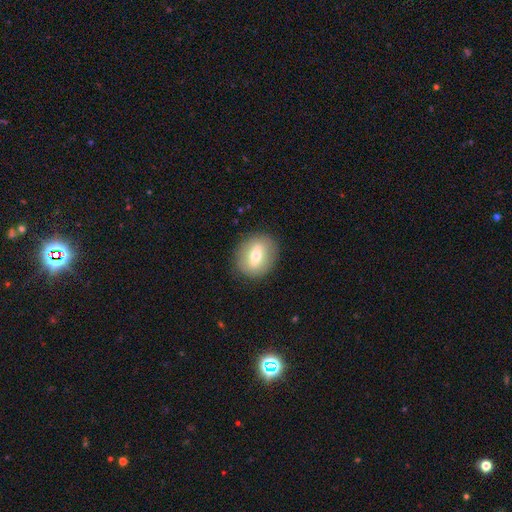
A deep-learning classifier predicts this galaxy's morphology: smooth 52%, featured or disk 40%, star or artifact 8%. Down the decision tree: how rounded — round (58%); merging — none (86%).